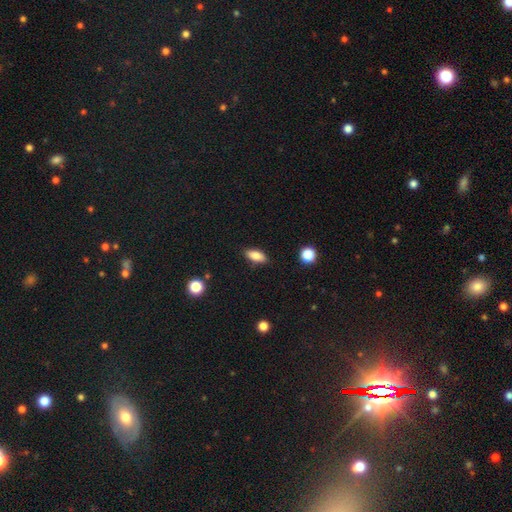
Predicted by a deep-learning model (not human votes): Smooth or featured? Predicted: smooth (p=0.84). How rounded? Predicted: in between (p=0.82). Merging? Predicted: none (p=0.86).